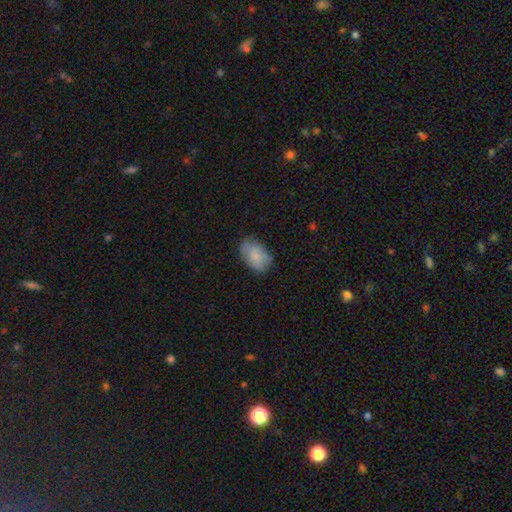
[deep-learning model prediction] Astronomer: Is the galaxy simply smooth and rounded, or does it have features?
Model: smooth — 79%.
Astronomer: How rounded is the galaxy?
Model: in between — 90%.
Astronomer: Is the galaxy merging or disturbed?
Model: none — 68%.